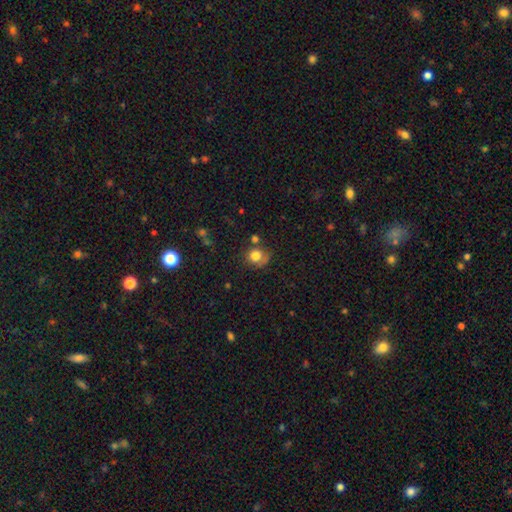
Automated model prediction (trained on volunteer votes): Smooth or featured: smooth — 78% (star or artifact — 11%)
How rounded: round — 80% (in between — 19%)
Merging: none — 55% (minor disturbance — 23%)